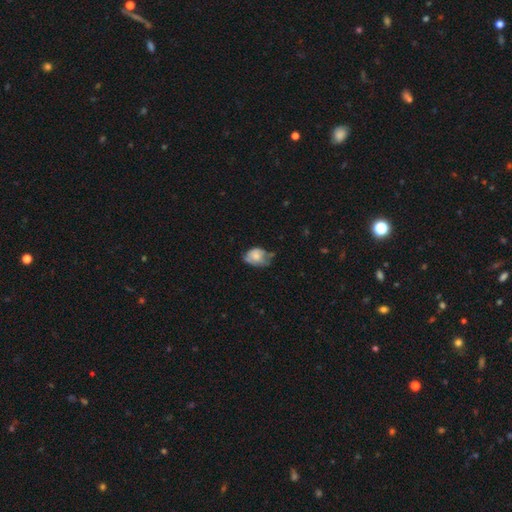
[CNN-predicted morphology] Smooth or featured: smooth — 62% (featured or disk — 29%)
How rounded: in between — 72% (round — 26%)
Merging: minor disturbance — 40% (none — 36%)